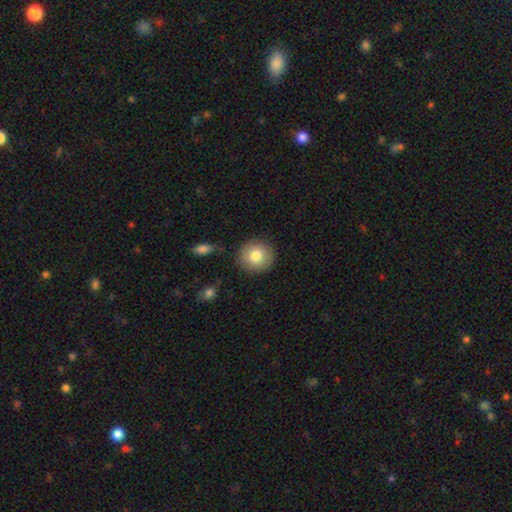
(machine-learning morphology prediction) Smooth or featured? Predicted: smooth (p=0.80). How rounded? Predicted: round (p=0.91). Merging? Predicted: none (p=0.88).